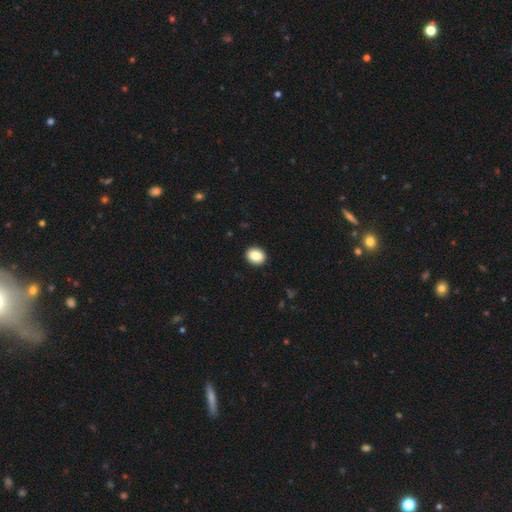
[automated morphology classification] smooth 87%, star or artifact 8%, featured or disk 5%. Down the decision tree: how rounded — round (54%); merging — none (92%).